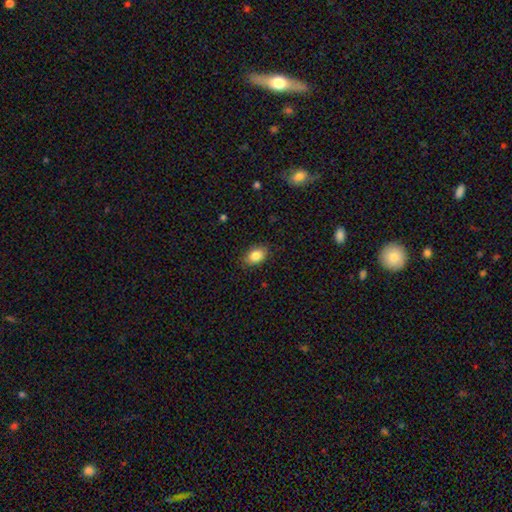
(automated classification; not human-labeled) Q: Smooth or featured?
A: smooth (85%); runner-up: star or artifact (8%)
Q: How rounded?
A: in between (84%); runner-up: round (15%)
Q: Merging?
A: none (85%); runner-up: minor disturbance (11%)